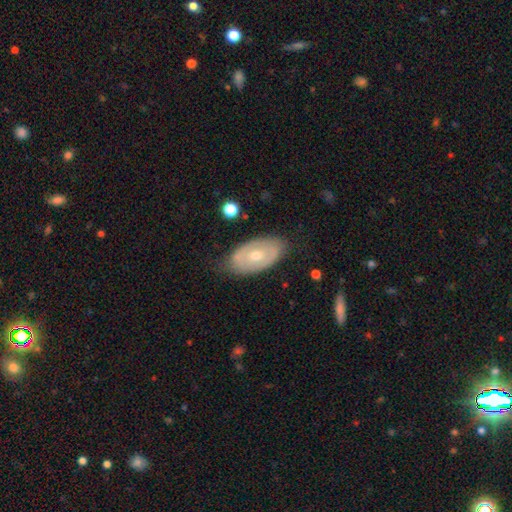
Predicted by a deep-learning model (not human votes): Morphology: type=featured or disk (54%); edge-on=no (89%); merging=none (71%).